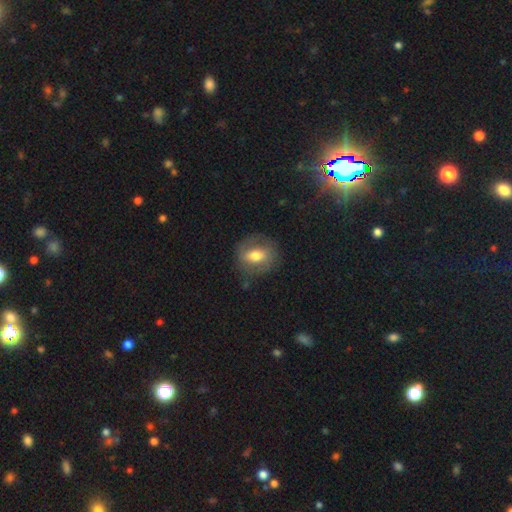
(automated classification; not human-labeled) A smooth galaxy with no disk features (52%) that is round (58%). Merging: none (75%).